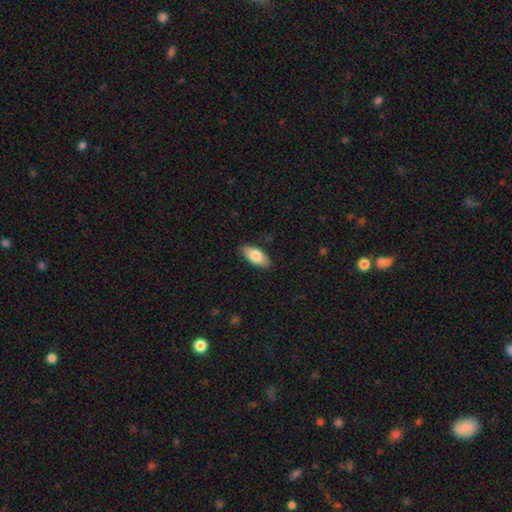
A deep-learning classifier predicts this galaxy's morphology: This is likely a smooth galaxy (77%). How rounded: clearly in between (87%). Merging: clearly none (87%).